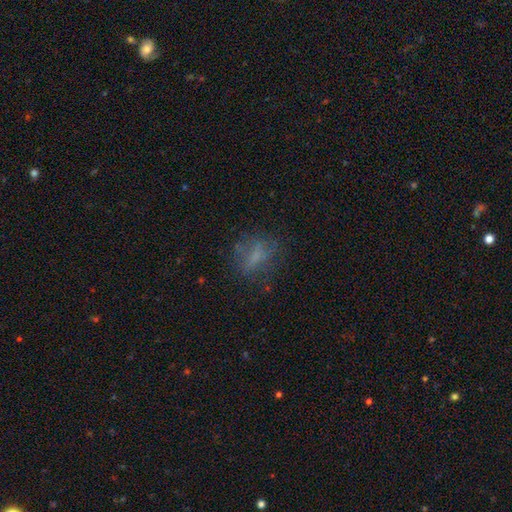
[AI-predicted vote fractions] Smooth or featured: smooth — 55% (featured or disk — 28%)
How rounded: in between — 53% (round — 35%)
Merging: none — 63% (minor disturbance — 19%)